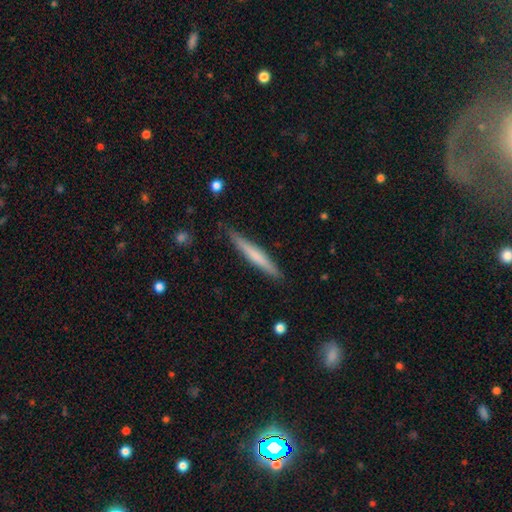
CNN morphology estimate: Q: Smooth or featured?
A: smooth (57%); runner-up: featured or disk (38%)
Q: How rounded?
A: cigar-shaped (96%); runner-up: in between (3%)
Q: Merging?
A: none (88%); runner-up: minor disturbance (9%)